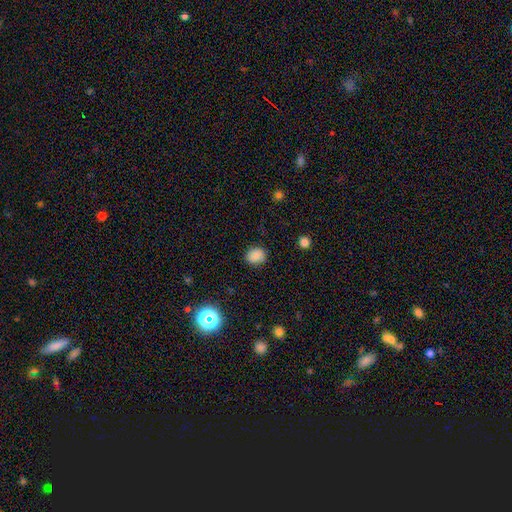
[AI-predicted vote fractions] This is likely a smooth galaxy (79%). How rounded: likely round (66%). Merging: clearly none (82%).